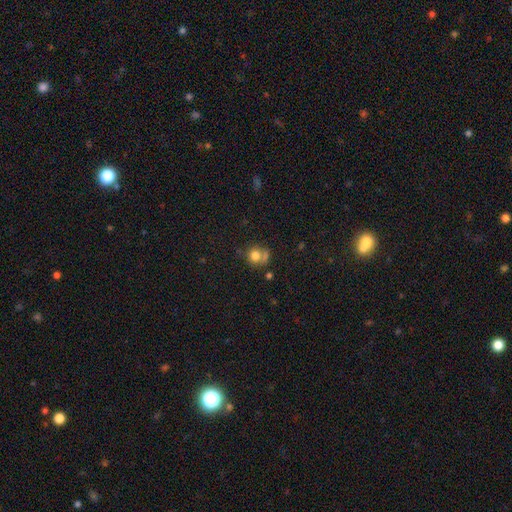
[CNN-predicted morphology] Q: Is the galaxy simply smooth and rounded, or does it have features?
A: smooth — 78%.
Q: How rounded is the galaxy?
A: round — 84%.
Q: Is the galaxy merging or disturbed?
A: none — 53%.